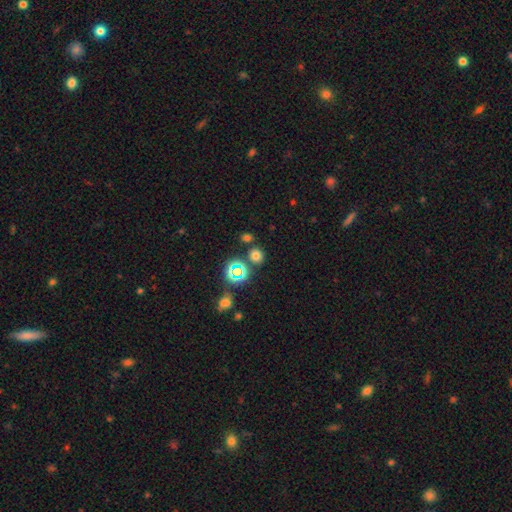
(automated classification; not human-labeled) This appears to be a smooth galaxy with no disk features (67%) that is round (78%). Merging: none (79%).